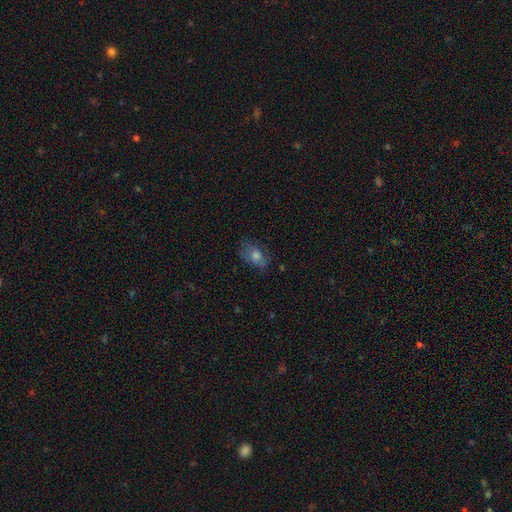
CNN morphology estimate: Q: Smooth or featured?
A: smooth (61%); runner-up: featured or disk (23%)
Q: How rounded?
A: in between (77%); runner-up: round (21%)
Q: Merging?
A: none (71%); runner-up: minor disturbance (20%)